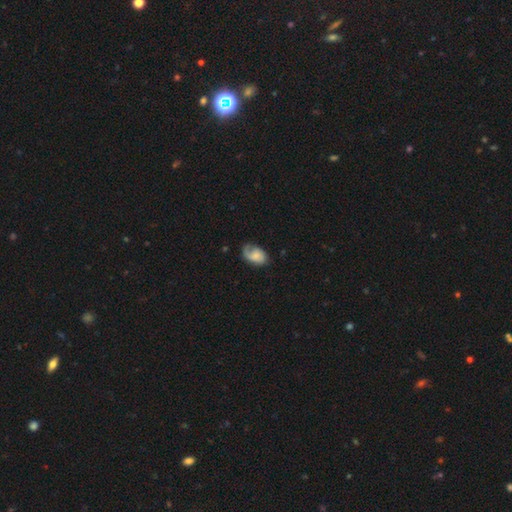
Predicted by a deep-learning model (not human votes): smooth-or-featured: smooth: 48% | featured or disk: 44% | star or artifact: 7%
  merging: none: 55% | minor disturbance: 28% | major disturbance: 15% | merger: 2%